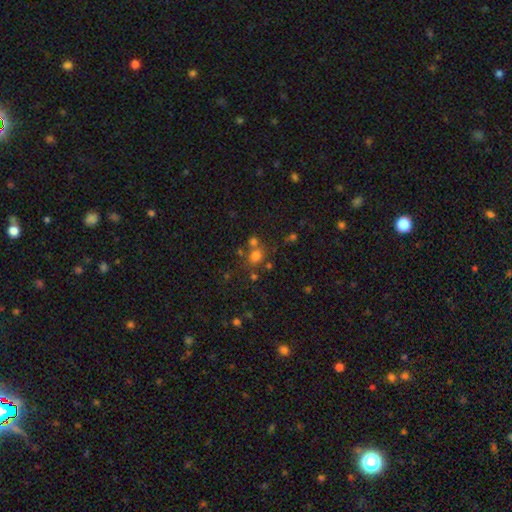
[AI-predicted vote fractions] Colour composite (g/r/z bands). It shows a smooth galaxy with no disk features (70%) that is round (66%). Merging: none (59%).